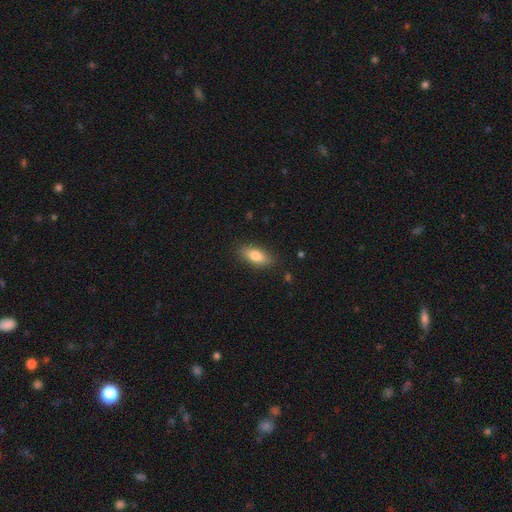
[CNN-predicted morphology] Smooth or featured?
  - smooth: 81% *
  - featured or disk: 12%
  - star or artifact: 7%
How rounded?
  - in between: 80% *
  - cigar-shaped: 16%
  - round: 3%
Merging?
  - none: 86% *
  - minor disturbance: 10%
  - major disturbance: 2%
  - merger: 1%